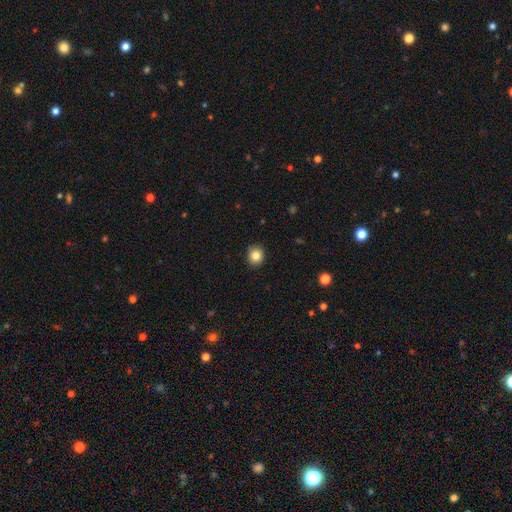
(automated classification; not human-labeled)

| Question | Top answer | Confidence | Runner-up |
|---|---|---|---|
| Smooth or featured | smooth | 84% | star or artifact (10%) |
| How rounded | round | 81% | in between (19%) |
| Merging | none | 90% | minor disturbance (7%) |